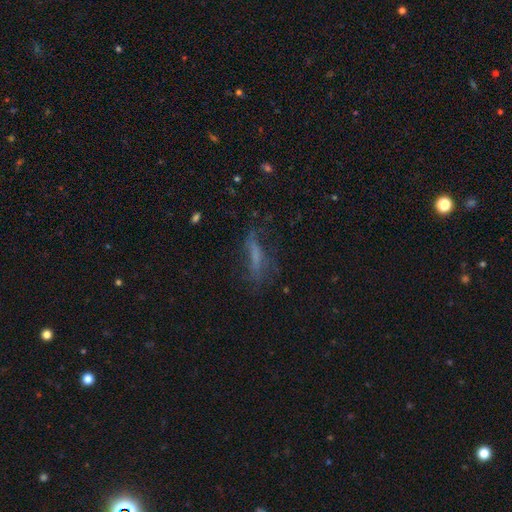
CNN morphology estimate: The model was most divided on "smooth or featured": smooth: 45%, featured or disk: 37%, star or artifact: 17%. More confident: merging — none (54%).